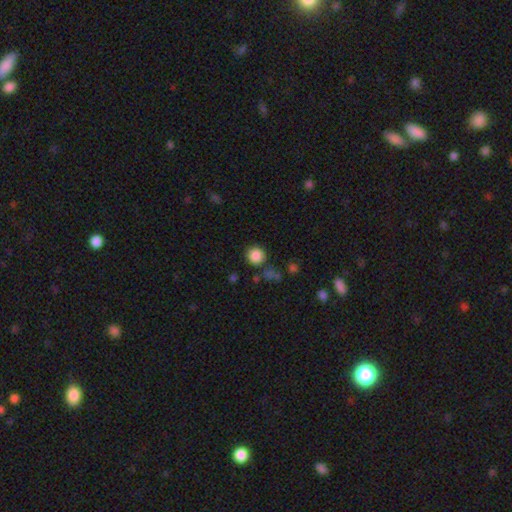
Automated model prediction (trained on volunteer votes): Q: Smooth or featured?
A: smooth (86%); runner-up: star or artifact (11%)
Q: How rounded?
A: round (92%); runner-up: in between (7%)
Q: Merging?
A: none (82%); runner-up: minor disturbance (9%)